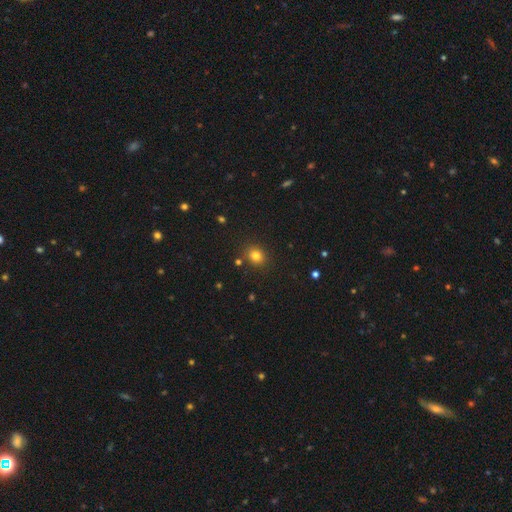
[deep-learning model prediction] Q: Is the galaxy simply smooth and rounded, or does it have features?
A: smooth — 79%.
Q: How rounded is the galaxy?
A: round — 69%.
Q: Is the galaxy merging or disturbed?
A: none — 85%.